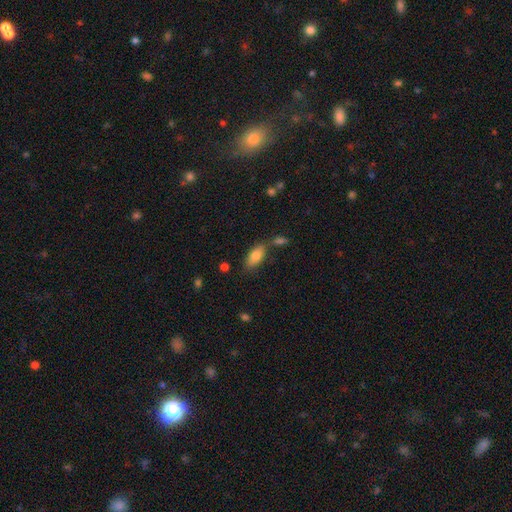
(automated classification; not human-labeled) Smooth or featured?
  - smooth: 80% *
  - featured or disk: 13%
  - star or artifact: 7%
How rounded?
  - in between: 87% *
  - cigar-shaped: 11%
  - round: 3%
Merging?
  - none: 69% *
  - minor disturbance: 15%
  - merger: 13%
  - major disturbance: 4%